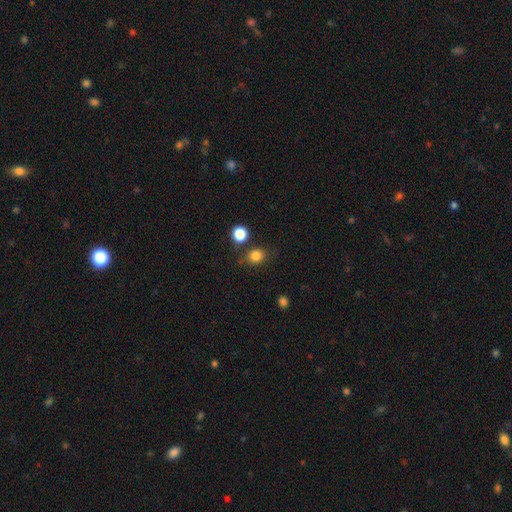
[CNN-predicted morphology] smooth-or-featured: smooth: 83% | star or artifact: 12% | featured or disk: 5%
  how-rounded: round: 72% | in between: 27% | cigar-shaped: 1%
  merging: none: 75% | minor disturbance: 13% | merger: 9% | major disturbance: 4%